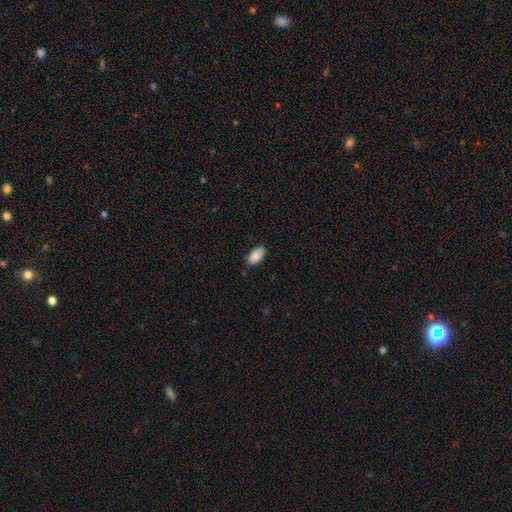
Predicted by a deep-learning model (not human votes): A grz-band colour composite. It shows a smooth galaxy with no disk features (85%) that is in between round and cigar-shaped (94%). Merging: none (79%).